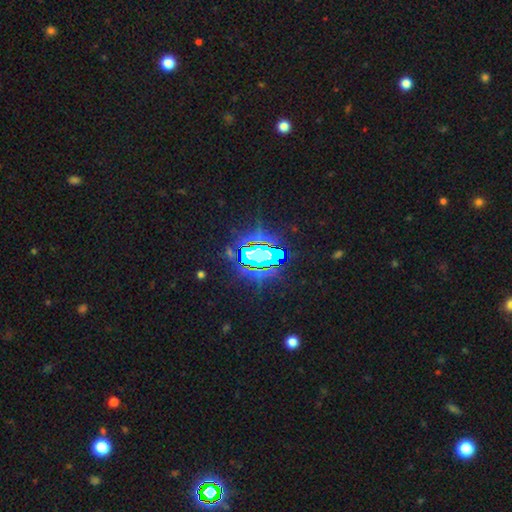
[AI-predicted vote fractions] This appears to be a star or artifact, not a galaxy (81%).